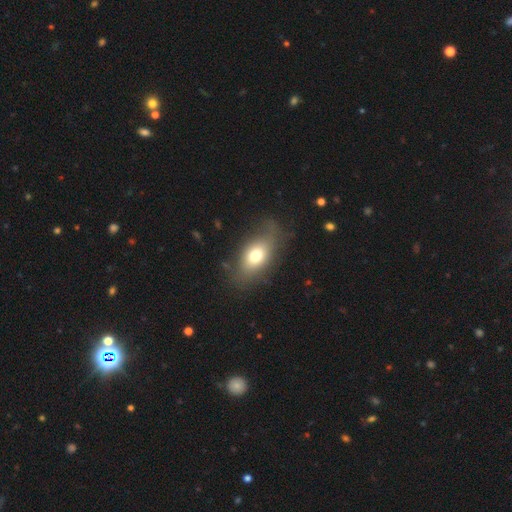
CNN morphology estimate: Q: Smooth or featured?
A: smooth (69%); runner-up: featured or disk (22%)
Q: How rounded?
A: in between (83%); runner-up: round (13%)
Q: Merging?
A: none (65%); runner-up: minor disturbance (22%)